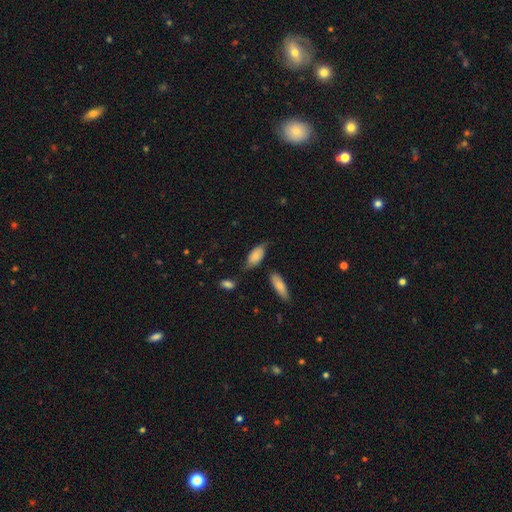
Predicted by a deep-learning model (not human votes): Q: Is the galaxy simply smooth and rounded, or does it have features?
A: smooth — 74%.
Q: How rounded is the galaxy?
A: in between — 89%.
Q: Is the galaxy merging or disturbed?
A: none — 56%.